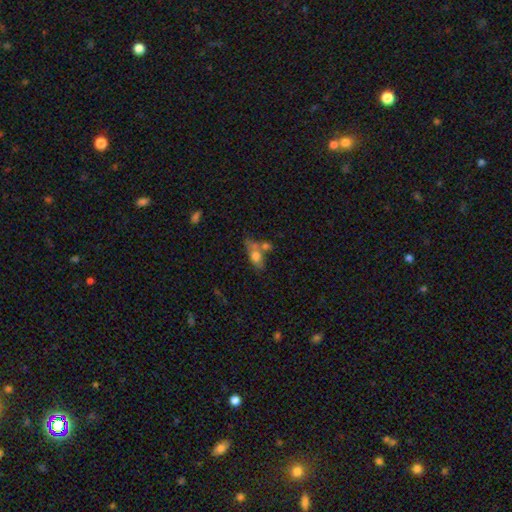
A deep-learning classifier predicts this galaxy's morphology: smooth-or-featured: smooth: 66% | featured or disk: 26% | star or artifact: 9%
  how-rounded: in between: 76% | cigar-shaped: 16% | round: 7%
  merging: none: 38% | merger: 37% | minor disturbance: 16% | major disturbance: 9%